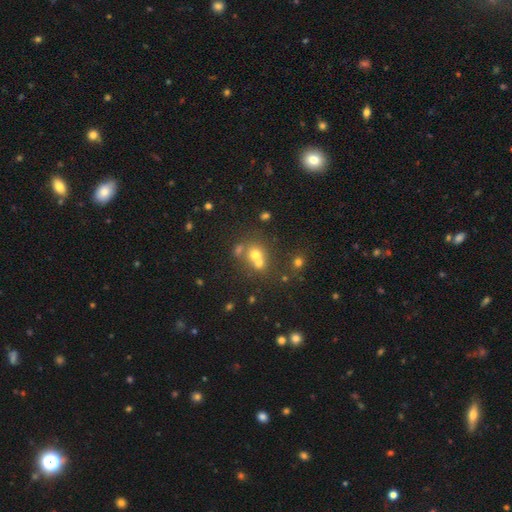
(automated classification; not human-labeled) Smooth or featured? smooth (57%)
How rounded? round (78%)
Merging? merger (48%)